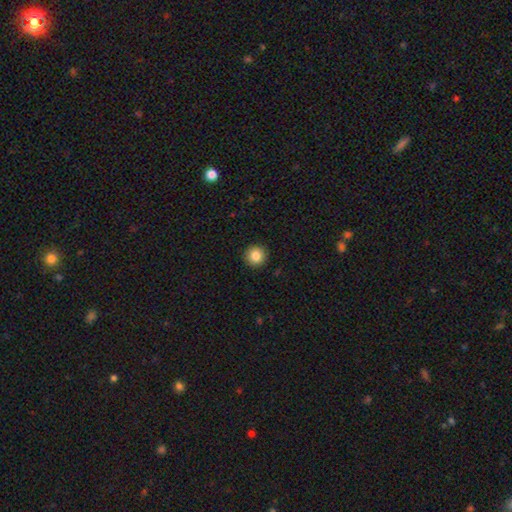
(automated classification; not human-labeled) The model was most divided on "smooth or featured": smooth: 85%, star or artifact: 10%, featured or disk: 6%. More confident: how rounded — round (96%); merging — none (93%).